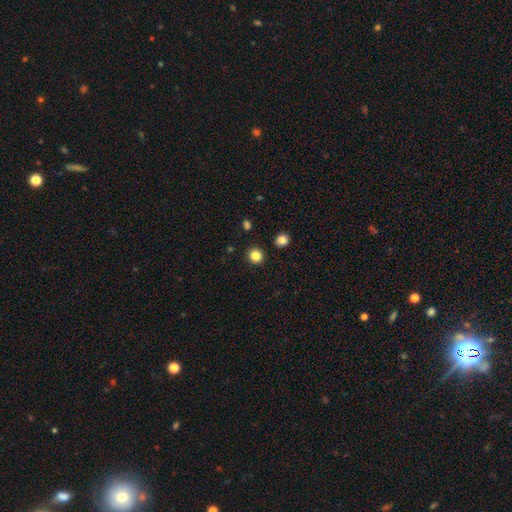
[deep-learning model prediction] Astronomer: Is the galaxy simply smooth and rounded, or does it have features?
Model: smooth — 84%.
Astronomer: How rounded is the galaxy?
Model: round — 92%.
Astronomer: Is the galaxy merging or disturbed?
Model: none — 91%.